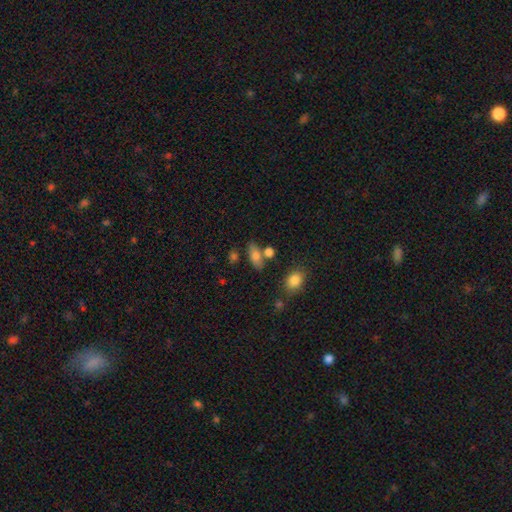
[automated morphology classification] The model was most divided on "merging": none: 60%, merger: 20%, minor disturbance: 15%, major disturbance: 5%. More confident: how rounded — in between (78%); smooth or featured — smooth (78%).